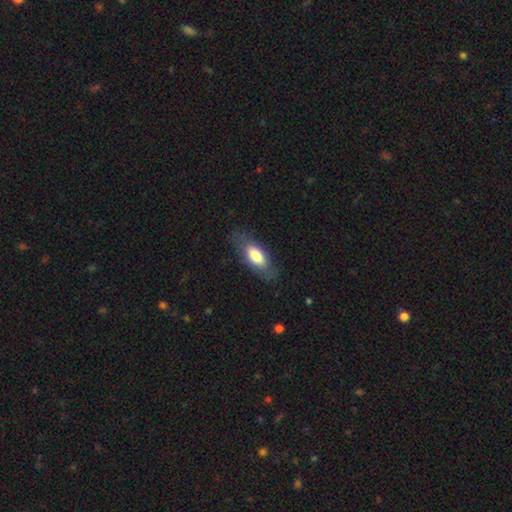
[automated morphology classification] This is likely a smooth galaxy (74%). How rounded: likely in between (80%). Merging: likely none (78%).